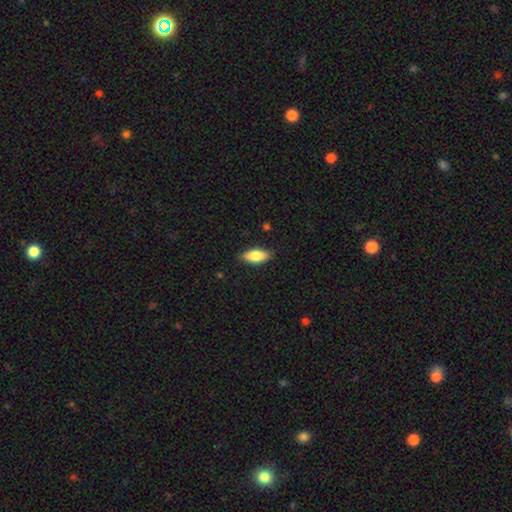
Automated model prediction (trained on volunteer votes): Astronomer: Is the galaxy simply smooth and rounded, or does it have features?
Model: smooth — 79%.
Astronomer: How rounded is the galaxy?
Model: in between — 82%.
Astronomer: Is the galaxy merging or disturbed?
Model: none — 85%.